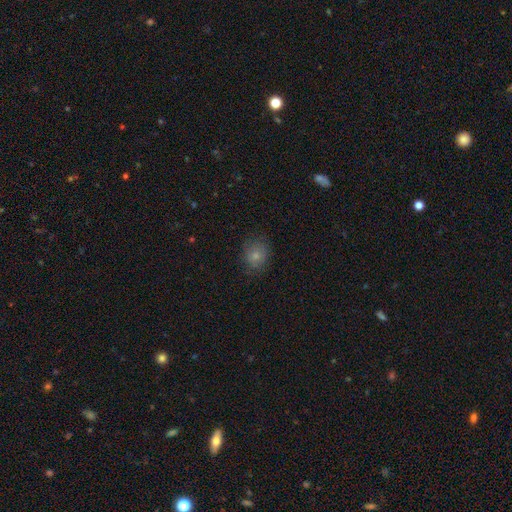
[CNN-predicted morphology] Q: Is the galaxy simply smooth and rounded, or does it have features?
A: smooth — 80%.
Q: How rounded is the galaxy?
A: round — 73%.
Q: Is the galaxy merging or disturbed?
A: none — 79%.